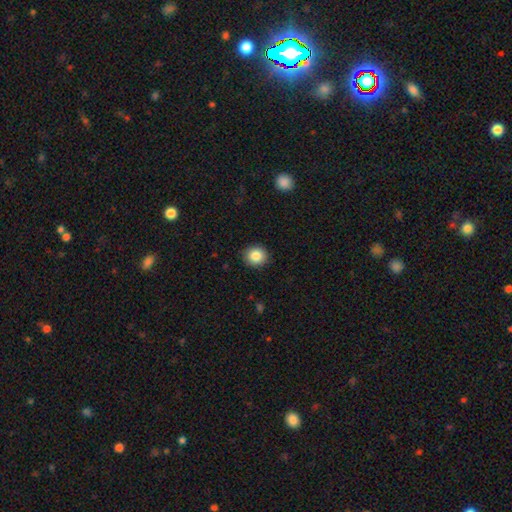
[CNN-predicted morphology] type=smooth (85%); roundness=round (86%); merging=none (90%).